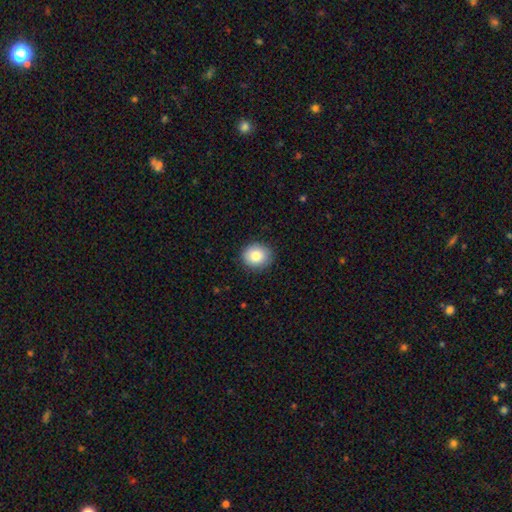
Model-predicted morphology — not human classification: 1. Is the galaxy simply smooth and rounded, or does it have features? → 83% smooth, 9% star or artifact, 8% featured or disk.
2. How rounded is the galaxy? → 80% round, 19% in between, 1% cigar-shaped.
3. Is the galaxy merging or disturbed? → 89% none, 8% minor disturbance, 2% major disturbance, 1% merger.